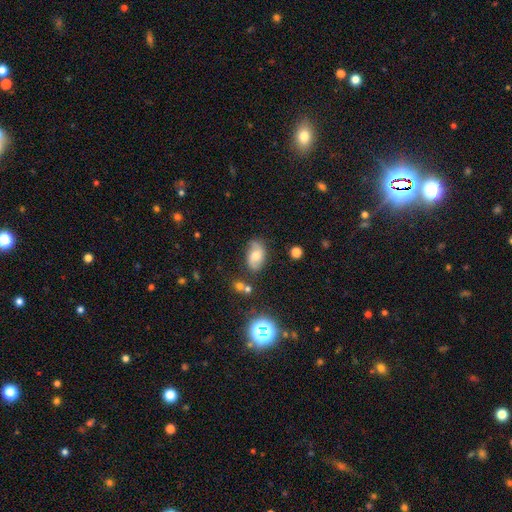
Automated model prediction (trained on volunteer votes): Morphology: type=featured or disk (48%); merging=none (68%).